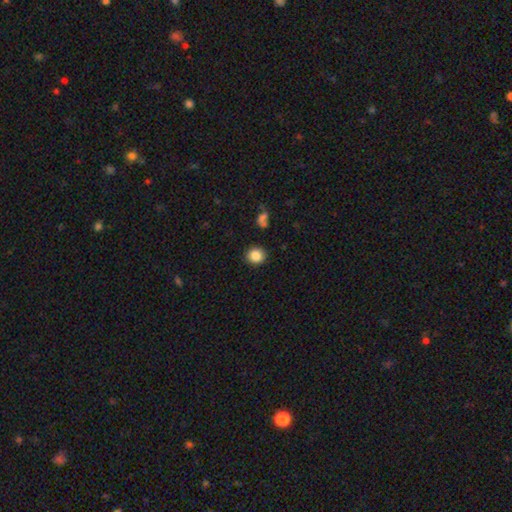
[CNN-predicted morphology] This is clearly a smooth galaxy (86%). How rounded: clearly round (86%). Merging: clearly none (89%).